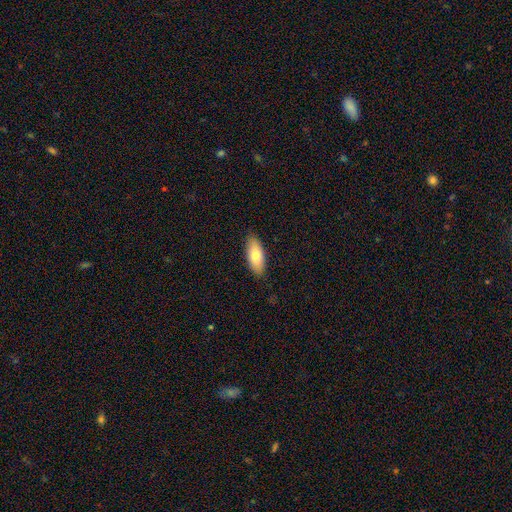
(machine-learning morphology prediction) Smooth or featured?
  - smooth: 76% *
  - featured or disk: 17%
  - star or artifact: 6%
How rounded?
  - in between: 82% *
  - cigar-shaped: 15%
  - round: 2%
Merging?
  - none: 87% *
  - minor disturbance: 10%
  - major disturbance: 2%
  - merger: 1%